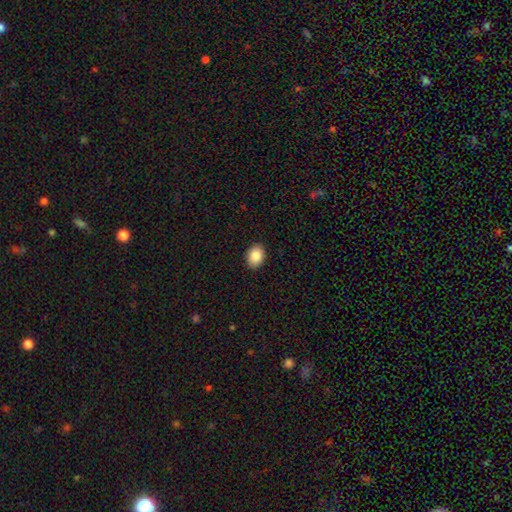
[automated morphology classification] Overall: smooth (86%). How rounded: in between (71%). Merging: none (90%).